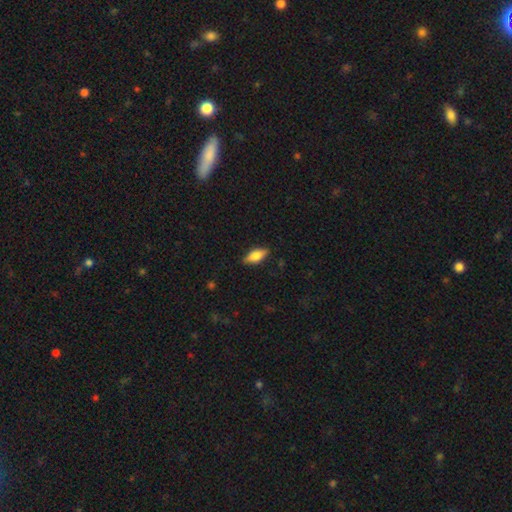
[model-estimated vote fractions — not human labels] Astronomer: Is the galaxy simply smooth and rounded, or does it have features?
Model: smooth — 73%.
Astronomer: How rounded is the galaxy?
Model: in between — 80%.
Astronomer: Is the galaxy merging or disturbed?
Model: none — 85%.